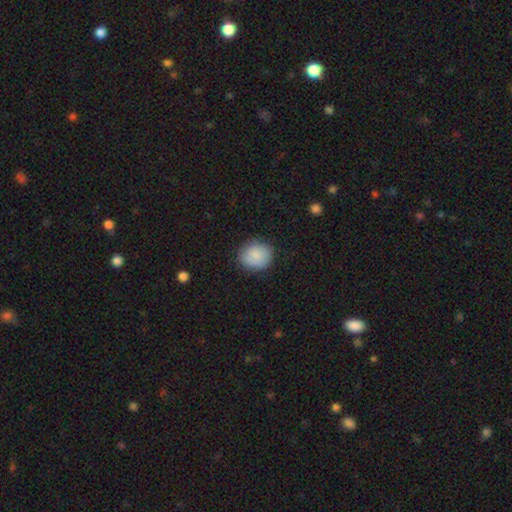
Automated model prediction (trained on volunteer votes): Smooth or featured?
  - smooth: 87% *
  - star or artifact: 7%
  - featured or disk: 6%
How rounded?
  - round: 71% *
  - in between: 28%
  - cigar-shaped: 1%
Merging?
  - none: 85% *
  - minor disturbance: 12%
  - major disturbance: 3%
  - merger: 1%